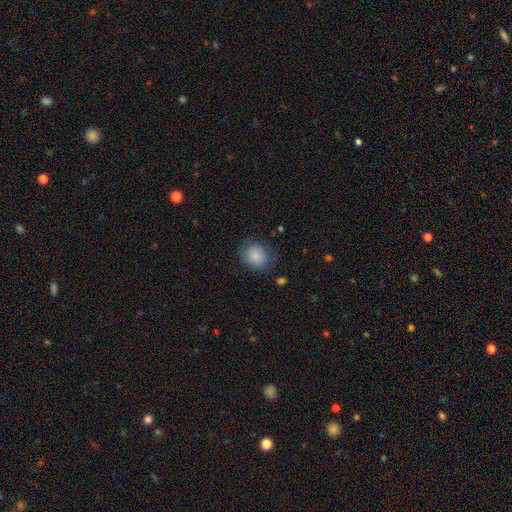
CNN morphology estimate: smooth_or_featured: smooth (p=0.86) [alt: star or artifact p=0.08]
how_rounded: round (p=0.69) [alt: in between p=0.31]
merging: none (p=0.79) [alt: minor disturbance p=0.15]